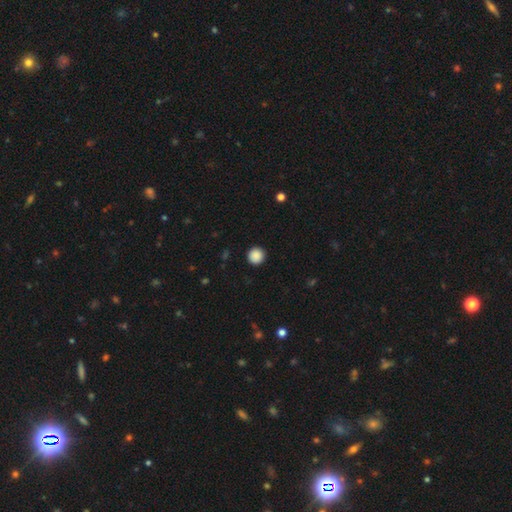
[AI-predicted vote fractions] The model was most divided on "smooth or featured": smooth: 89%, star or artifact: 9%, featured or disk: 2%. More confident: how rounded — round (96%); merging — none (93%).